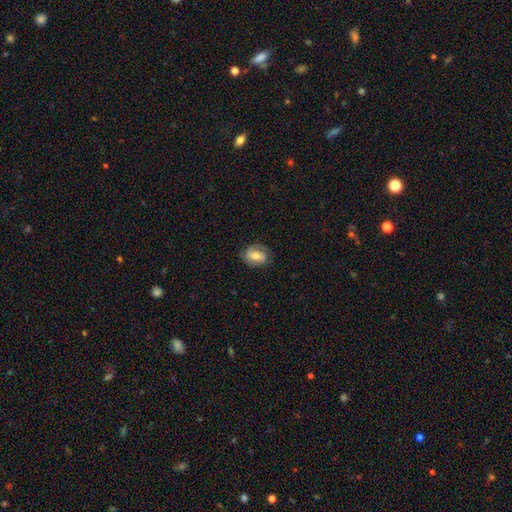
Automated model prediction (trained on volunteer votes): Smooth or featured? smooth (56%)
How rounded? in between (64%)
Merging? none (72%)